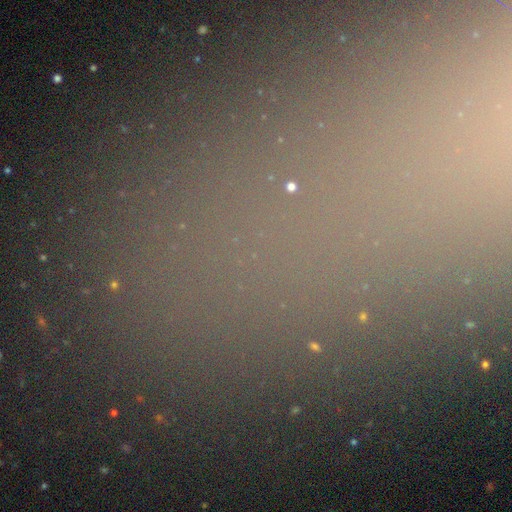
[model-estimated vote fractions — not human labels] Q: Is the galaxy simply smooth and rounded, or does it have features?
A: star or artifact — 68%.